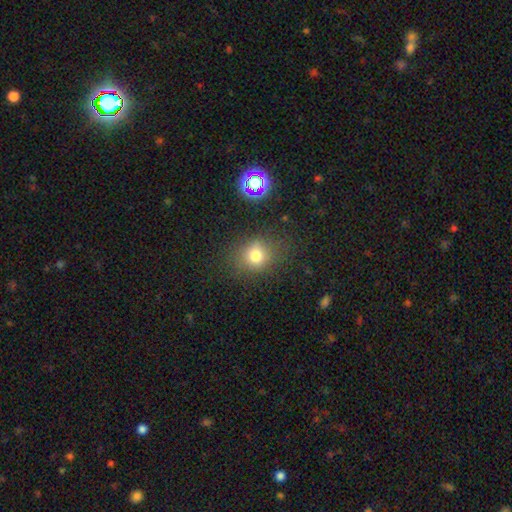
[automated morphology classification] smooth_or_featured: smooth (p=0.74) [alt: star or artifact p=0.17]
how_rounded: round (p=0.68) [alt: in between p=0.31]
merging: none (p=0.76) [alt: minor disturbance p=0.15]